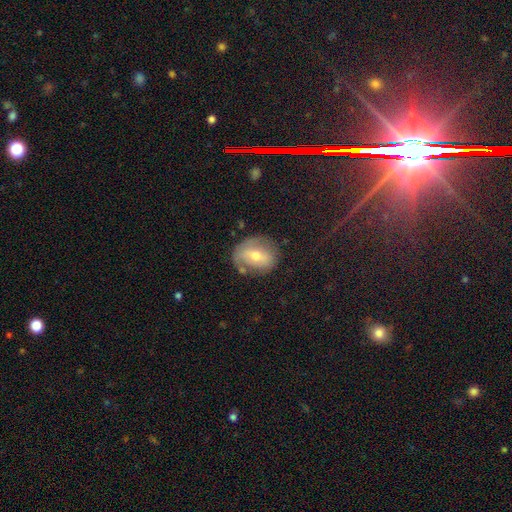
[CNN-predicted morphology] This appears to be a smooth galaxy with no disk features (51%) that is round (56%). Merging: none (65%).